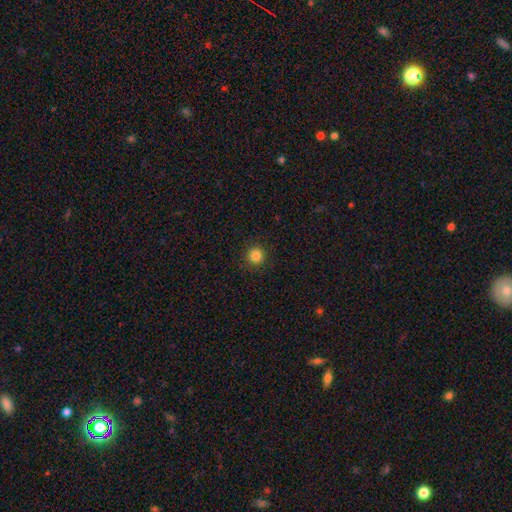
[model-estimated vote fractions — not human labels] smooth-or-featured: smooth: 84% | star or artifact: 12% | featured or disk: 4%
  how-rounded: round: 95% | in between: 4% | cigar-shaped: 1%
  merging: none: 92% | minor disturbance: 5% | major disturbance: 2% | merger: 1%